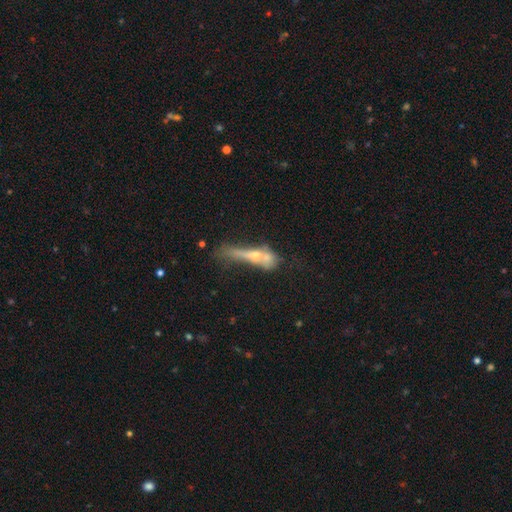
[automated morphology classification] Smooth or featured?
  - featured or disk: 46% *
  - smooth: 42%
  - star or artifact: 12%
Merging?
  - merger: 37% *
  - major disturbance: 27%
  - none: 21%
  - minor disturbance: 15%